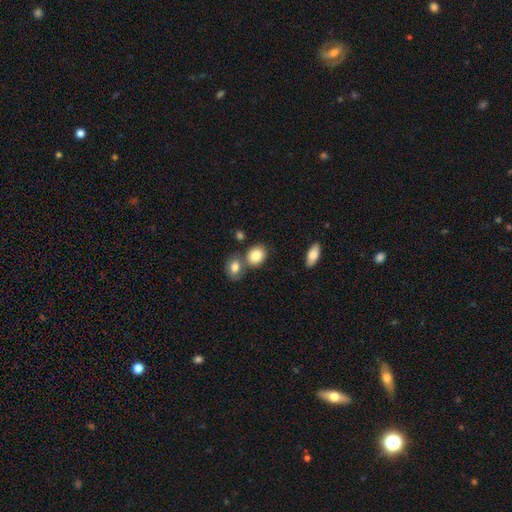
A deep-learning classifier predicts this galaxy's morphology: Smooth or featured: smooth — 84% (featured or disk — 8%)
How rounded: in between — 52% (round — 47%)
Merging: none — 58% (merger — 26%)